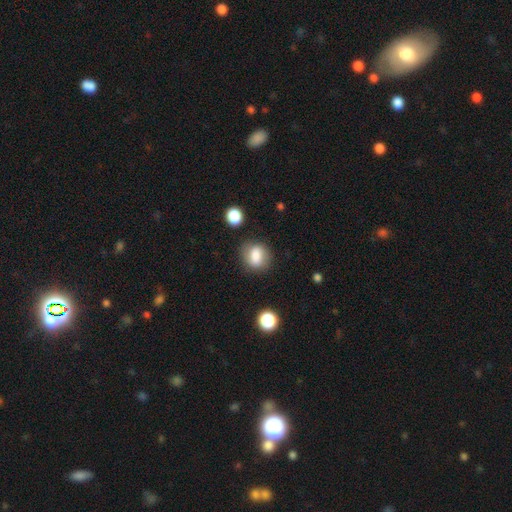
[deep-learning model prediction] A smooth galaxy with no disk features (80%) that is round (53%). Merging: none (75%).